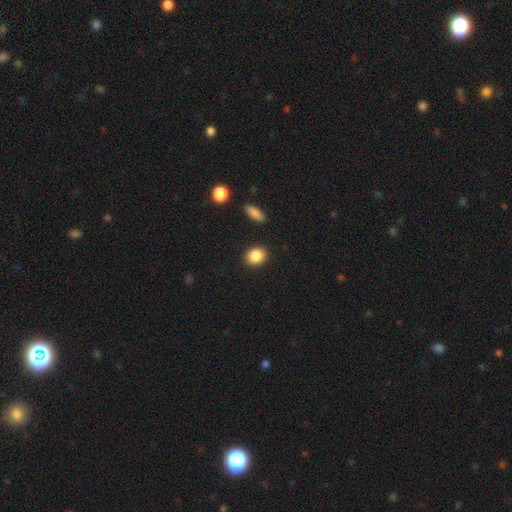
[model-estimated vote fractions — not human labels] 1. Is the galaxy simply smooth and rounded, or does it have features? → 87% smooth, 8% star or artifact, 5% featured or disk.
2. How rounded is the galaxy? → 63% round, 36% in between, 1% cigar-shaped.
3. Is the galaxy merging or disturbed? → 89% none, 7% minor disturbance, 2% merger, 2% major disturbance.